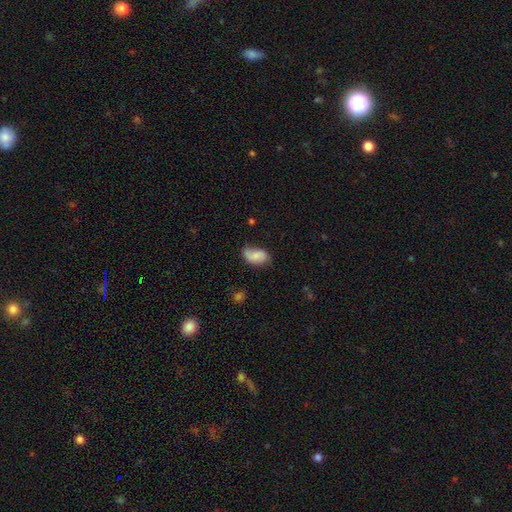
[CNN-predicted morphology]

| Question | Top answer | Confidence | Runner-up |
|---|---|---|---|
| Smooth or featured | smooth | 66% | featured or disk (26%) |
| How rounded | in between | 92% | round (6%) |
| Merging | none | 56% | minor disturbance (32%) |